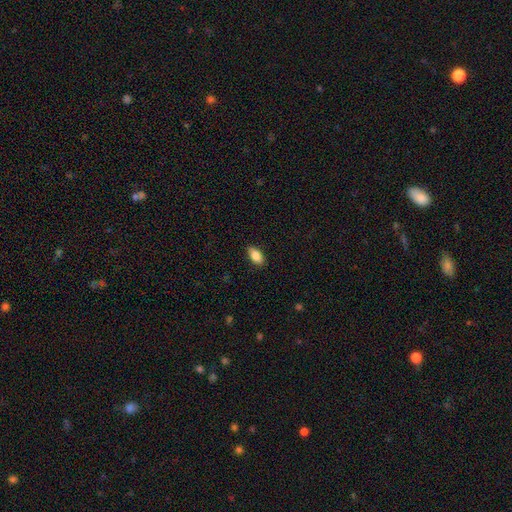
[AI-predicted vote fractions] Q: Smooth or featured?
A: smooth (86%); runner-up: star or artifact (7%)
Q: How rounded?
A: in between (91%); runner-up: cigar-shaped (6%)
Q: Merging?
A: none (88%); runner-up: minor disturbance (9%)